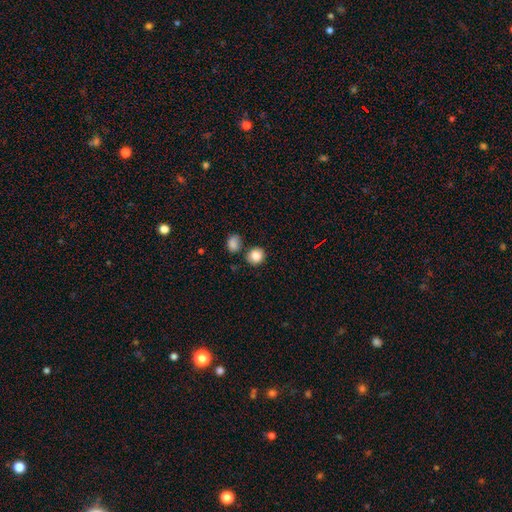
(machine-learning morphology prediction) Overall: smooth (85%). How rounded: round (82%). Merging: none (74%).